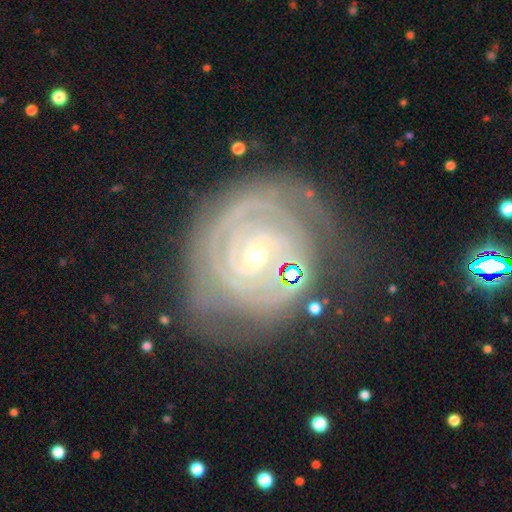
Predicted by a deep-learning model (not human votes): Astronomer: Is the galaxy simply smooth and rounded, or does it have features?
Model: featured or disk — 86%.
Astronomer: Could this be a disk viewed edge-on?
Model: no — 97%.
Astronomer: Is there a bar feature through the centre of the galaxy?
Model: no — 43% (runner-up: weak, 39%).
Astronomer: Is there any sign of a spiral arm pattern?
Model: yes — 93%.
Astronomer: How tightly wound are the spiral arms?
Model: tight — 80%.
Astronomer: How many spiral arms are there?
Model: can't tell — 35% (runner-up: 2, 29%).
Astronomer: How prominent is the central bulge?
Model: small — 71%.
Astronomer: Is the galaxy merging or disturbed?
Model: none — 62%.